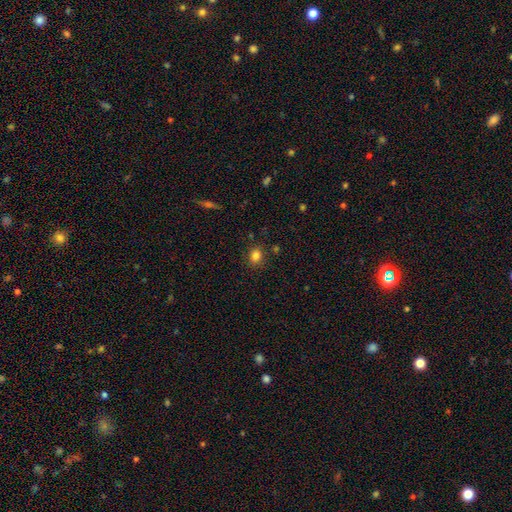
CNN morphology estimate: Smooth or featured? Predicted: smooth (p=0.83). How rounded? Predicted: round (p=0.51). Merging? Predicted: none (p=0.84).